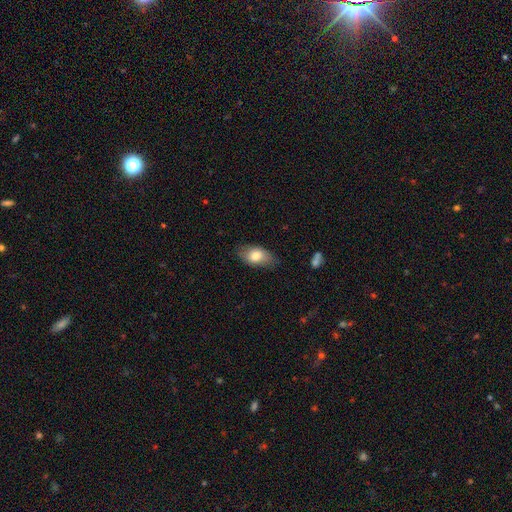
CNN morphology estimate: smooth-or-featured: smooth: 78% | featured or disk: 15% | star or artifact: 7%
  how-rounded: in between: 91% | round: 6% | cigar-shaped: 3%
  merging: none: 77% | minor disturbance: 18% | major disturbance: 4% | merger: 1%